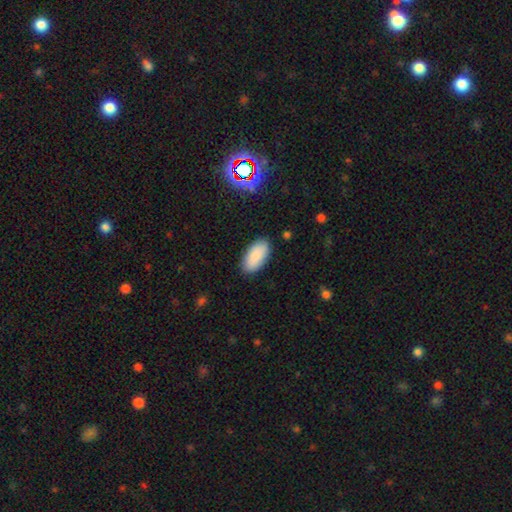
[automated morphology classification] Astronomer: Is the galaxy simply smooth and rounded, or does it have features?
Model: smooth — 88%.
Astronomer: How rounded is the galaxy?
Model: in between — 94%.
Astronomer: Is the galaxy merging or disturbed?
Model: none — 86%.